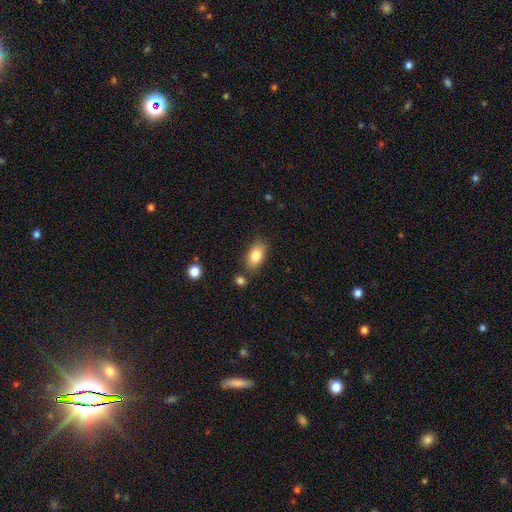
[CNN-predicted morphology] A smooth galaxy with no disk features (83%) that is in between round and cigar-shaped (91%). Merging: none (79%).